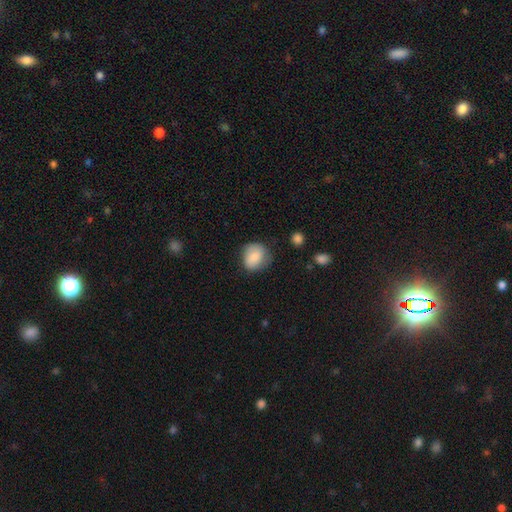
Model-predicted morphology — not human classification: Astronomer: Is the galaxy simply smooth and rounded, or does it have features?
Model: smooth — 79%.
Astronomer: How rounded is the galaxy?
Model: round — 67%.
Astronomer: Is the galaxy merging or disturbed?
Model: none — 66%.